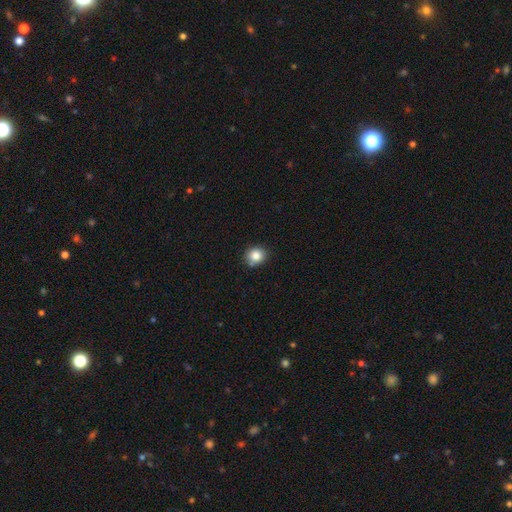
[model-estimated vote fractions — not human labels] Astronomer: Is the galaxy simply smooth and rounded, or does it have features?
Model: smooth — 84%.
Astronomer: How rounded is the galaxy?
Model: round — 82%.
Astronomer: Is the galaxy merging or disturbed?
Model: none — 80%.